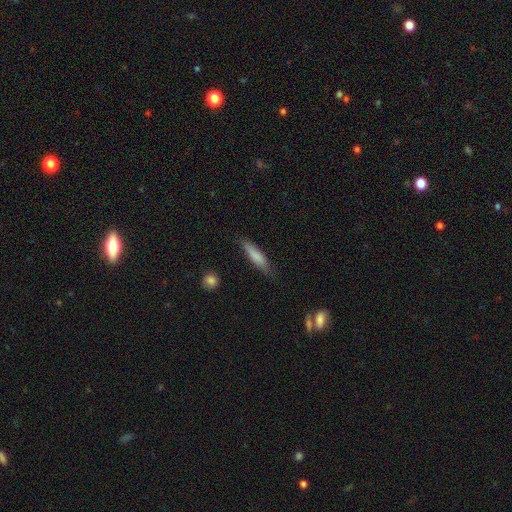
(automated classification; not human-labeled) Morphology: type=smooth (80%); roundness=cigar-shaped (76%); merging=none (78%).